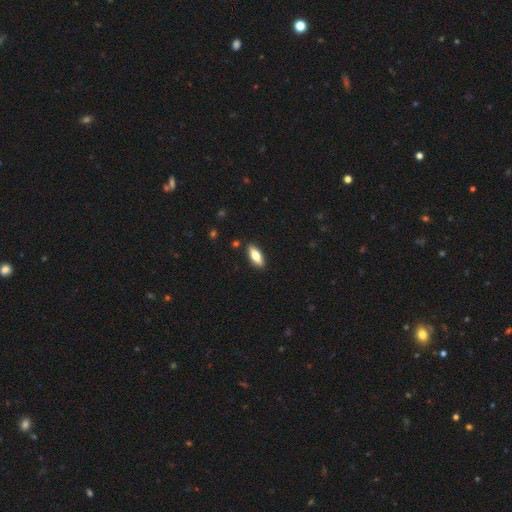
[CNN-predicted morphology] type=smooth (69%); roundness=in between (72%); merging=none (88%).